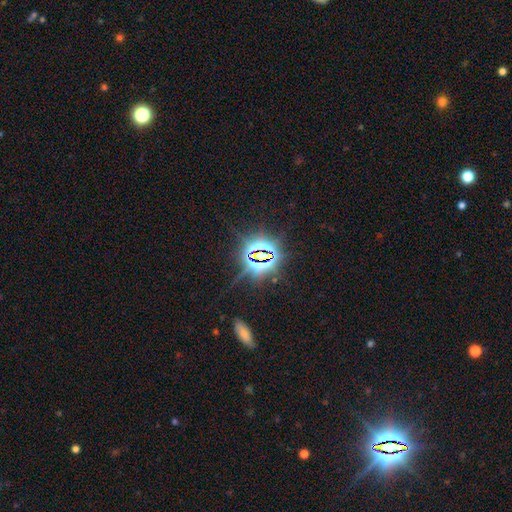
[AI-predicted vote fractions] This is clearly a star or artifact rather than a galaxy (84%).